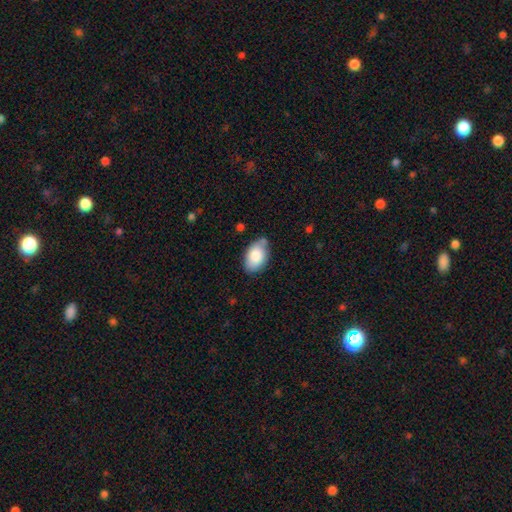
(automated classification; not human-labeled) A smooth galaxy with no disk features (84%) that is in between round and cigar-shaped (91%). Merging: none (73%).